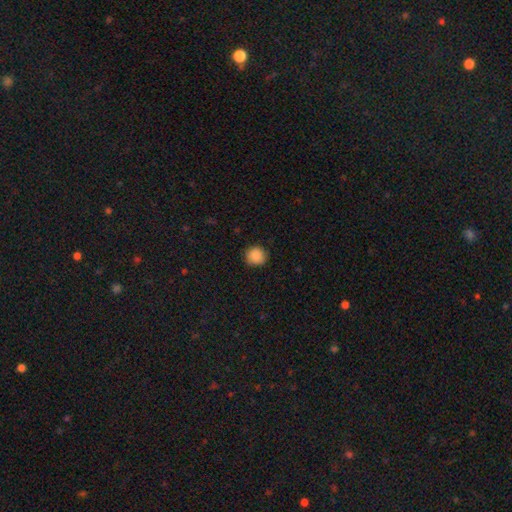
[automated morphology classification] smooth 88%, star or artifact 9%, featured or disk 3%. Down the decision tree: how rounded — round (90%); merging — none (87%).